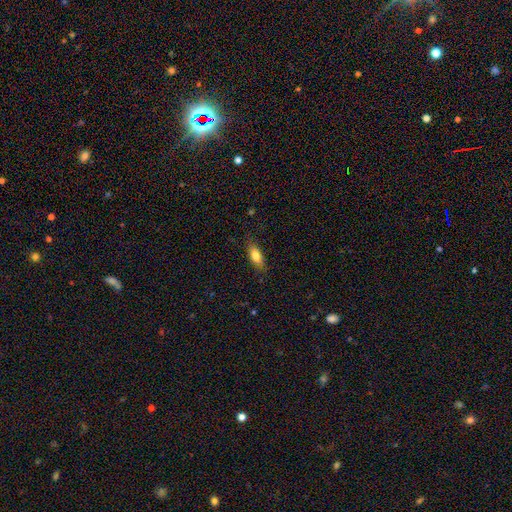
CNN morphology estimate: smooth-or-featured: smooth: 76% | featured or disk: 17% | star or artifact: 7%
  how-rounded: in between: 69% | cigar-shaped: 28% | round: 3%
  merging: none: 80% | minor disturbance: 15% | major disturbance: 3% | merger: 1%